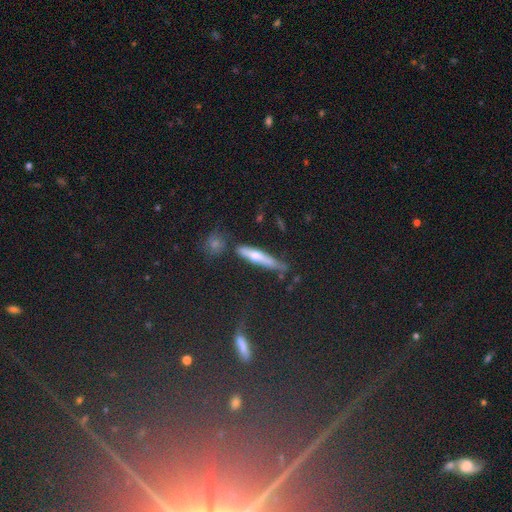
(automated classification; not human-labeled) This appears to be a featured or disk galaxy (40%, tied with smooth). Merging: none (73%).